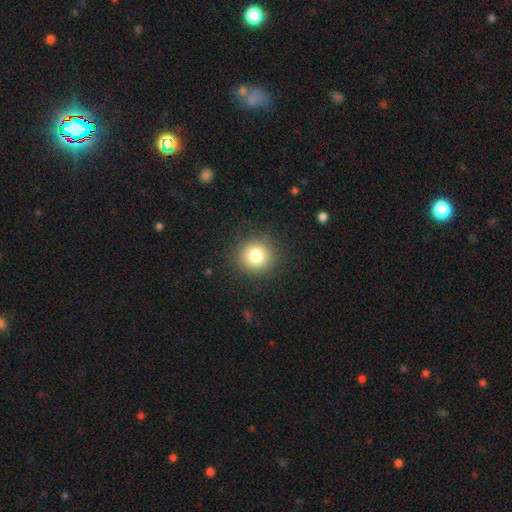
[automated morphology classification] The model was most divided on "smooth or featured": smooth: 80%, star or artifact: 11%, featured or disk: 8%. More confident: how rounded — round (93%); merging — none (90%).